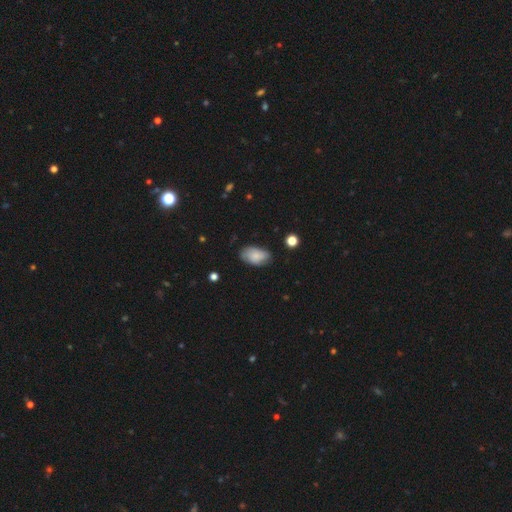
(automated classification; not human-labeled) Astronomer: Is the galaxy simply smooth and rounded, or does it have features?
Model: smooth — 76%.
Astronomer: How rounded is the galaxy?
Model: in between — 93%.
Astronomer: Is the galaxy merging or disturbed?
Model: none — 68%.